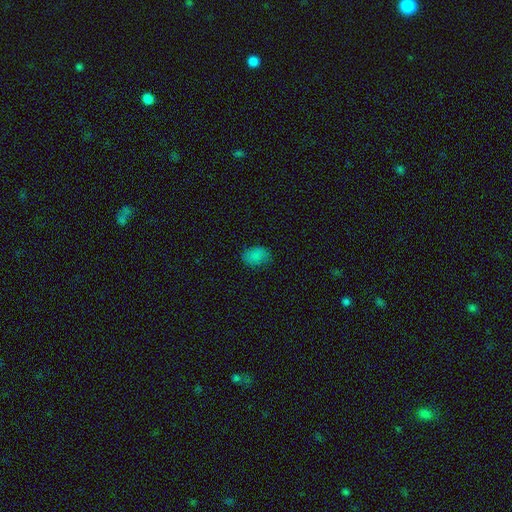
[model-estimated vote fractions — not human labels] A smooth galaxy with no disk features (81%) that is in between round and cigar-shaped (84%). Merging: none (76%).